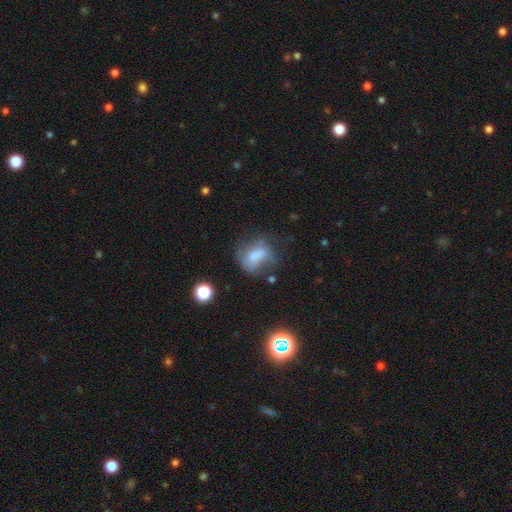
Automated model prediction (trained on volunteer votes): Smooth or featured?
  - smooth: 54% *
  - featured or disk: 33%
  - star or artifact: 13%
How rounded?
  - in between: 71% *
  - round: 25%
  - cigar-shaped: 4%
Merging?
  - major disturbance: 37% *
  - none: 31%
  - minor disturbance: 25%
  - merger: 6%